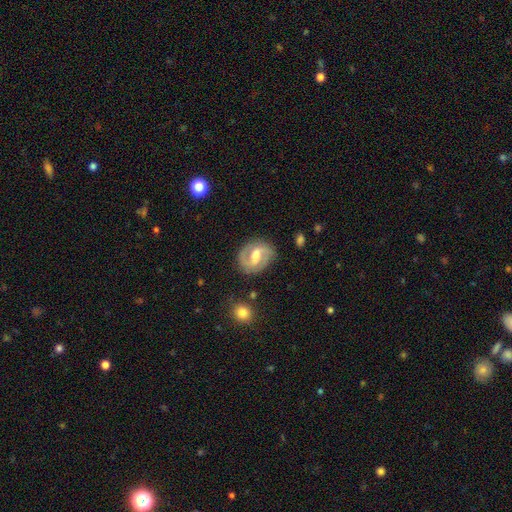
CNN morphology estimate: Smooth or featured?
  - featured or disk: 80% *
  - smooth: 15%
  - star or artifact: 5%
Edge-on disk?
  - no: 97% *
  - yes: 3%
Bar?
  - weak: 50% *
  - strong: 35%
  - no: 15%
Spiral arms?
  - yes: 92% *
  - no: 8%
Spiral winding?
  - medium: 51% *
  - tight: 32%
  - loose: 17%
Spiral arm count?
  - 2: 89% *
  - can't tell: 5%
  - 1: 2%
  - 3: 2%
  - 4: 1%
  - more than 4: 1%
Bulge size?
  - moderate: 54% *
  - small: 21%
  - large: 17%
  - none: 6%
  - dominant: 2%
Merging?
  - none: 79% *
  - minor disturbance: 14%
  - major disturbance: 5%
  - merger: 2%